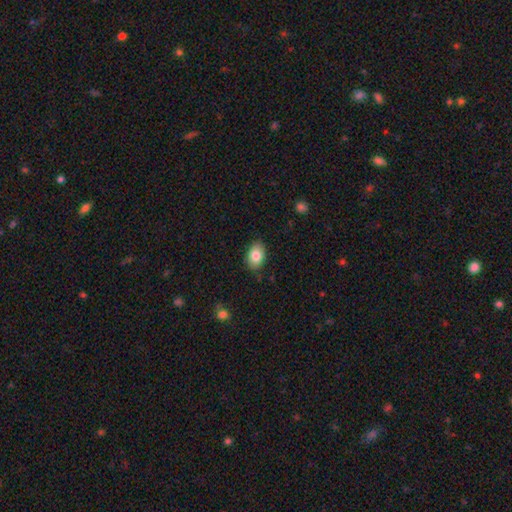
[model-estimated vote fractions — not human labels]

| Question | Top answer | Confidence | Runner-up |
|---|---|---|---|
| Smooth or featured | smooth | 84% | featured or disk (9%) |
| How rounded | in between | 86% | round (13%) |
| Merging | none | 84% | minor disturbance (12%) |